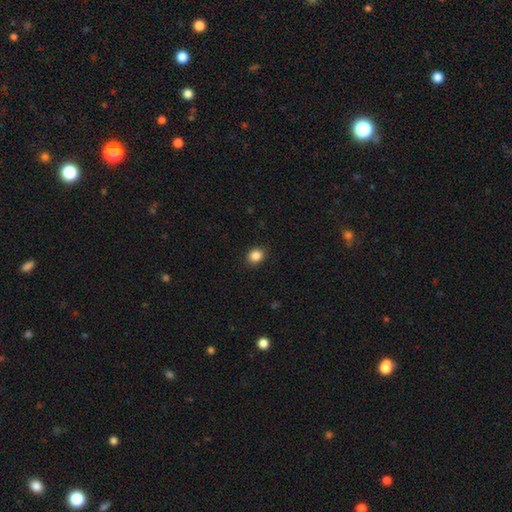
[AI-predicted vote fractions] This appears to be a smooth galaxy with no disk features (86%) that is round (64%). Merging: none (90%).